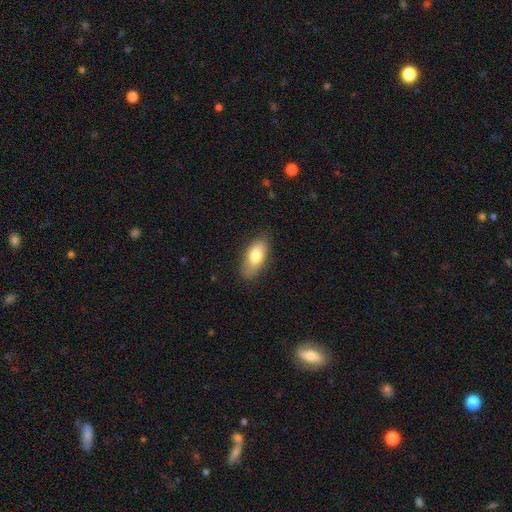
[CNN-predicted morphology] smooth-or-featured: smooth: 77% | featured or disk: 16% | star or artifact: 7%
  how-rounded: in between: 88% | cigar-shaped: 9% | round: 3%
  merging: none: 82% | minor disturbance: 14% | major disturbance: 3% | merger: 1%